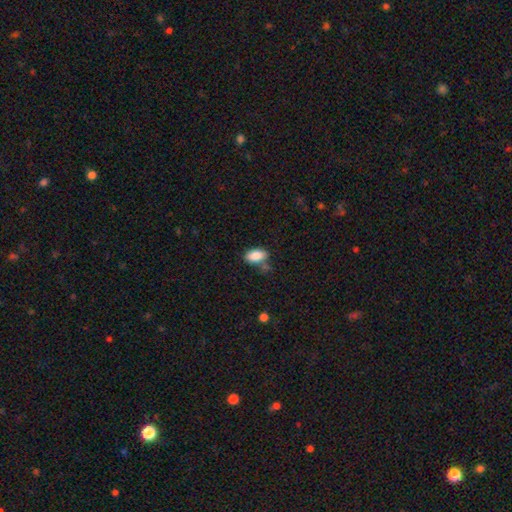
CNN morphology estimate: The model was most divided on "merging": none: 64%, minor disturbance: 20%, merger: 10%, major disturbance: 5%. More confident: how rounded — in between (92%); smooth or featured — smooth (86%).